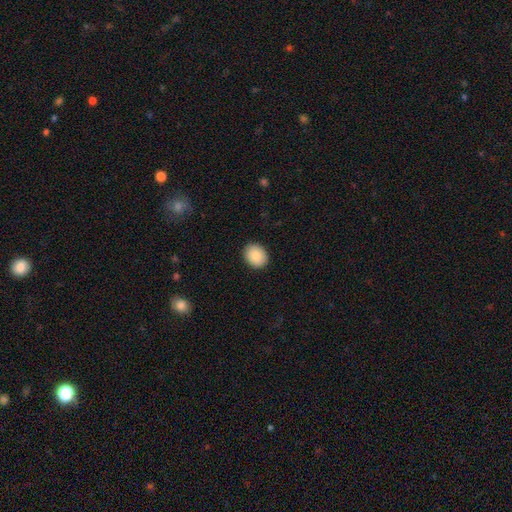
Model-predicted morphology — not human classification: Smooth or featured? Predicted: smooth (p=0.87). How rounded? Predicted: in between (p=0.50). Merging? Predicted: none (p=0.90).